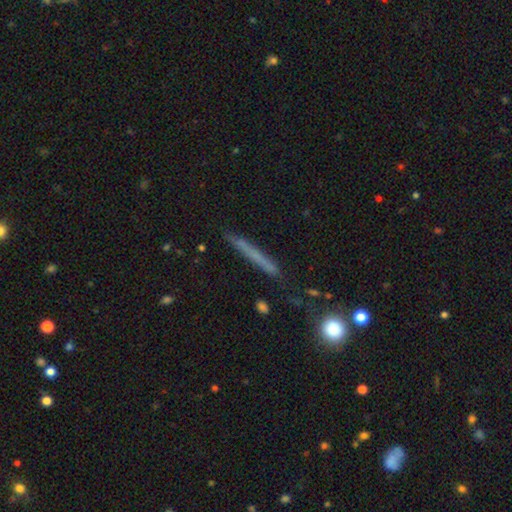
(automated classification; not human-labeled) A smooth galaxy with no disk features (52%) that is cigar-shaped (94%).

Vote fractions:
- Smooth or featured? smooth: 52% / featured or disk: 39% / star or artifact: 9%
- How rounded? cigar-shaped: 94% / round: 3% / in between: 3%
- Merging? none: 82% / minor disturbance: 12% / major disturbance: 3% / merger: 2%